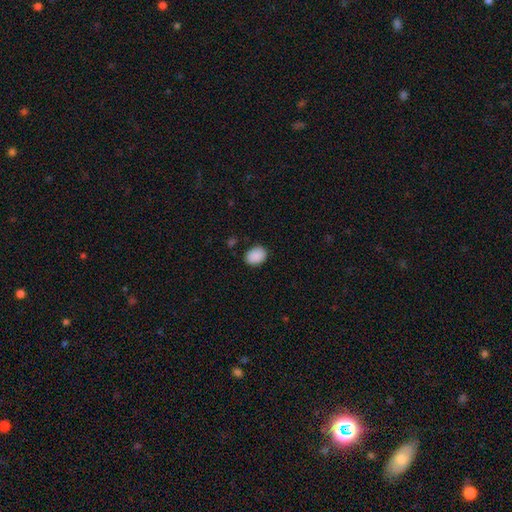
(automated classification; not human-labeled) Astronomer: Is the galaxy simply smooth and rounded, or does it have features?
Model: smooth — 90%.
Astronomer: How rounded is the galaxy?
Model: in between — 67%.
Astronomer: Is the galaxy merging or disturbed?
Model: none — 85%.